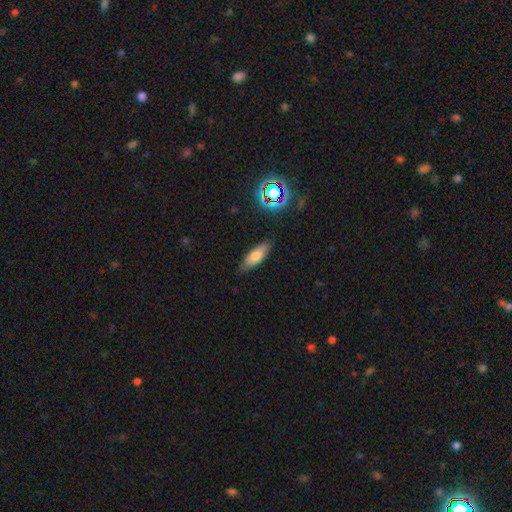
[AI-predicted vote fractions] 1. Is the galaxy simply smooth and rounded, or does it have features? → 72% smooth, 18% featured or disk, 10% star or artifact.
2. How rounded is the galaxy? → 61% in between, 37% cigar-shaped, 3% round.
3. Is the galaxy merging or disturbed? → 83% none, 13% minor disturbance, 3% major disturbance, 1% merger.